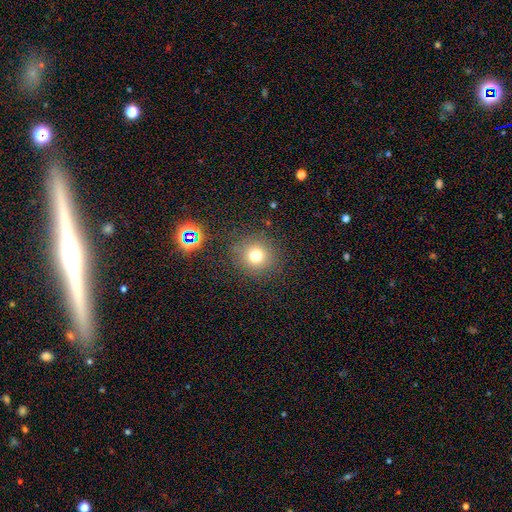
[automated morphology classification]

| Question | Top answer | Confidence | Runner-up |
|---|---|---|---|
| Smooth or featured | smooth | 73% | star or artifact (18%) |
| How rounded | round | 91% | in between (8%) |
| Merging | none | 86% | minor disturbance (8%) |